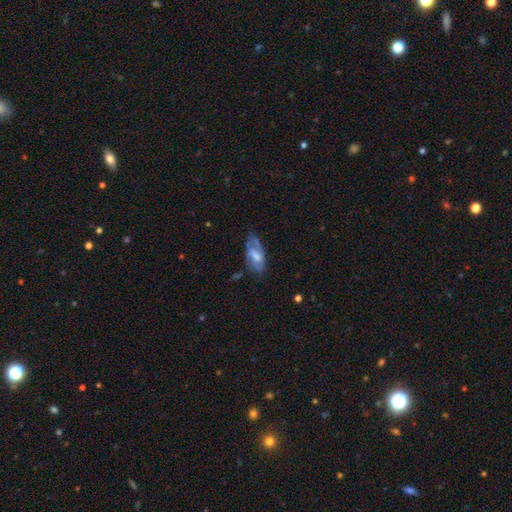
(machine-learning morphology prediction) Smooth or featured? featured or disk (53%)
Edge-on disk? no (90%)
Merging? none (48%)